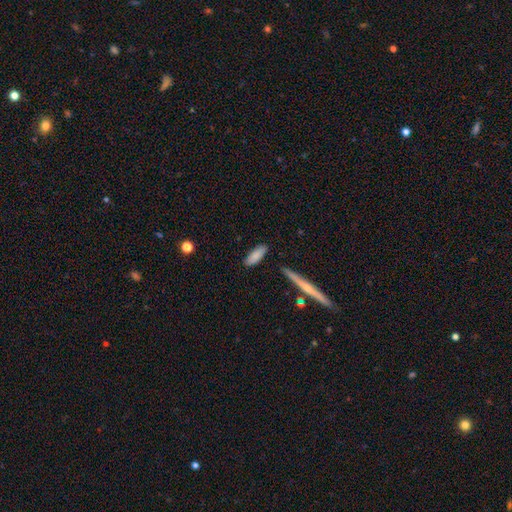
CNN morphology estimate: Smooth or featured: smooth — 83% (featured or disk — 11%)
How rounded: in between — 66% (cigar-shaped — 33%)
Merging: none — 82% (minor disturbance — 12%)